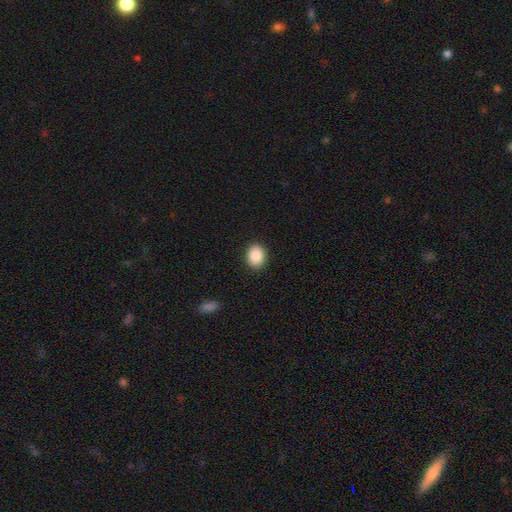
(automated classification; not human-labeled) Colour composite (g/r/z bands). It shows a smooth galaxy with no disk features (88%) that is in between round and cigar-shaped (53%). Merging: none (90%).